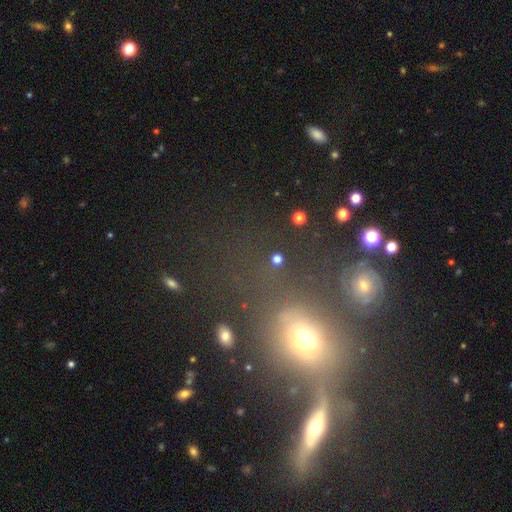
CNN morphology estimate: Smooth or featured? smooth (48%)
Merging? none (49%)